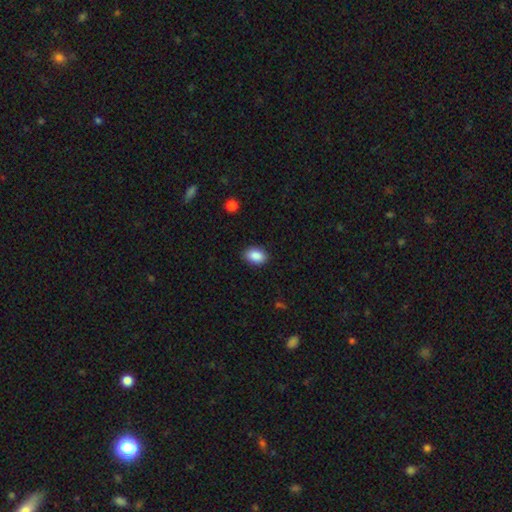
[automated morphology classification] Smooth or featured? Predicted: smooth (p=0.89). How rounded? Predicted: in between (p=0.83). Merging? Predicted: none (p=0.88).